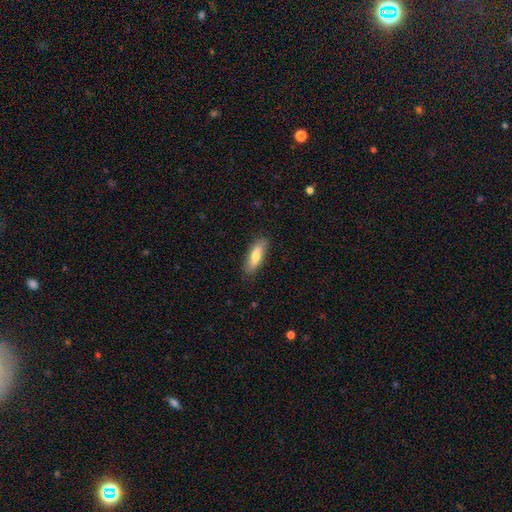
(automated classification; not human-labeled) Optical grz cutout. It shows a smooth galaxy with no disk features (75%) that is in between round and cigar-shaped (57%). Merging: none (84%).